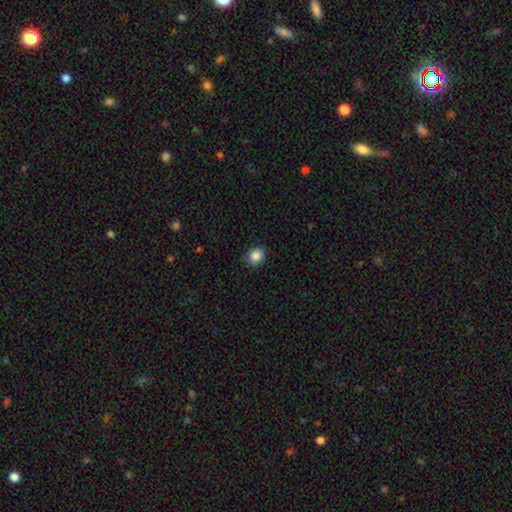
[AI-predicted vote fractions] smooth-or-featured: smooth: 86% | star or artifact: 9% | featured or disk: 4%
  how-rounded: round: 67% | in between: 32% | cigar-shaped: 1%
  merging: none: 84% | minor disturbance: 13% | major disturbance: 2% | merger: 1%